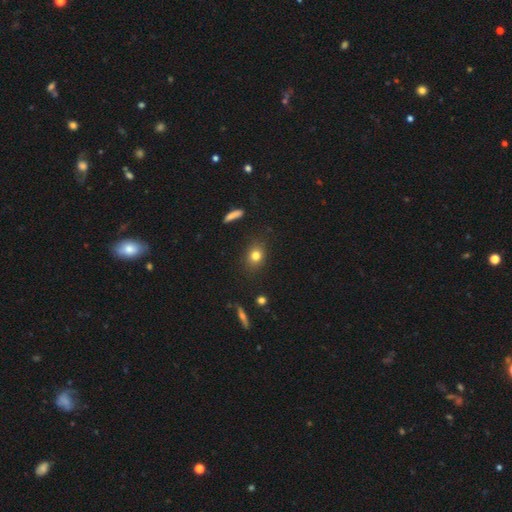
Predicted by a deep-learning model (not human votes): A smooth galaxy with no disk features (79%) that is round (55%).

Vote fractions:
- Smooth or featured? smooth: 79% / star or artifact: 12% / featured or disk: 9%
- How rounded? round: 55% / in between: 43% / cigar-shaped: 3%
- Merging? none: 85% / minor disturbance: 11% / major disturbance: 3% / merger: 2%